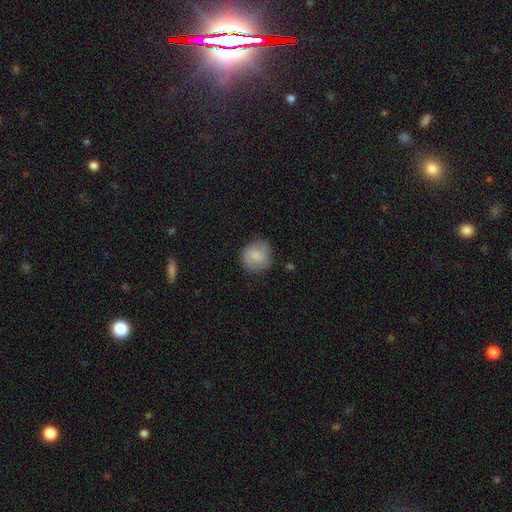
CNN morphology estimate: This is likely a smooth galaxy (79%). How rounded: clearly round (86%). Merging: likely none (77%).